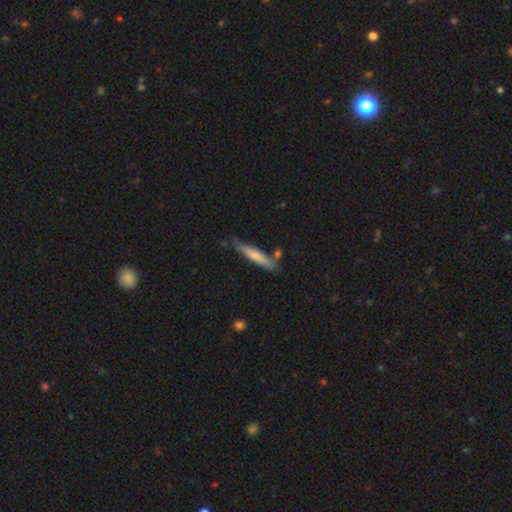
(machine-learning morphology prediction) This is likely a smooth galaxy (68%). How rounded: clearly cigar-shaped (91%). Merging: likely none (73%).